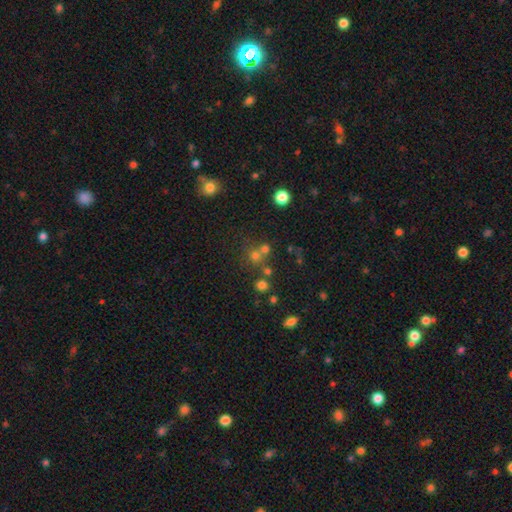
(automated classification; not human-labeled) smooth-or-featured: smooth: 61% | star or artifact: 26% | featured or disk: 13%
  how-rounded: round: 87% | in between: 12% | cigar-shaped: 1%
  merging: none: 56% | merger: 32% | minor disturbance: 8% | major disturbance: 4%